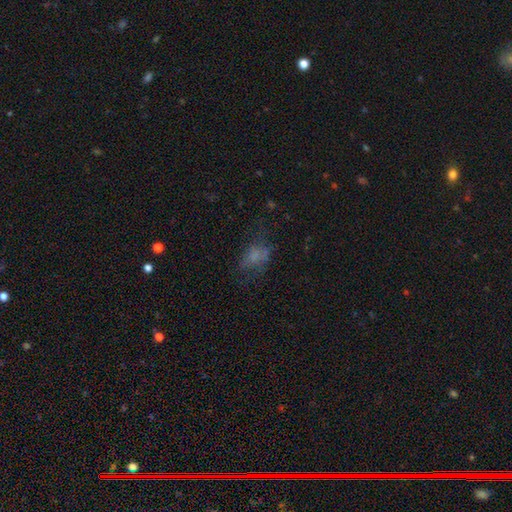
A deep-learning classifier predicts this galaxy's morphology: The model was most divided on "merging": none: 45%, major disturbance: 29%, minor disturbance: 23%, merger: 3%. More confident: how rounded — in between (80%); smooth or featured — smooth (55%).